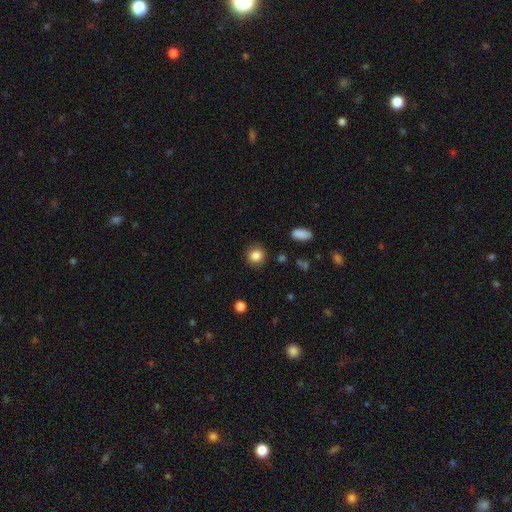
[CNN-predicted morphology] smooth-or-featured: smooth: 86% | star or artifact: 10% | featured or disk: 4%
  how-rounded: round: 90% | in between: 9% | cigar-shaped: 1%
  merging: none: 89% | minor disturbance: 7% | major disturbance: 2% | merger: 1%